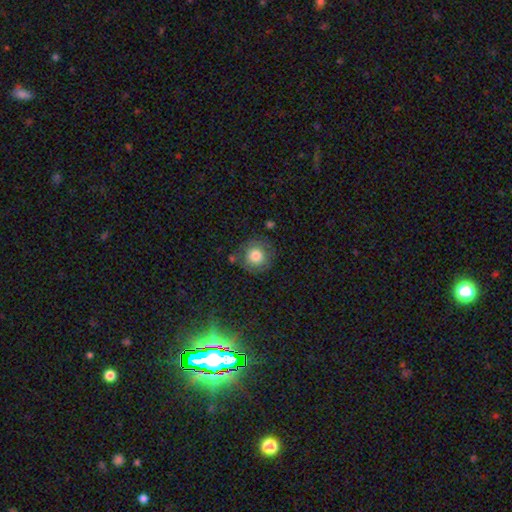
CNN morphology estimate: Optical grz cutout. It shows a smooth galaxy with no disk features (78%) that is round (93%). Merging: none (77%).